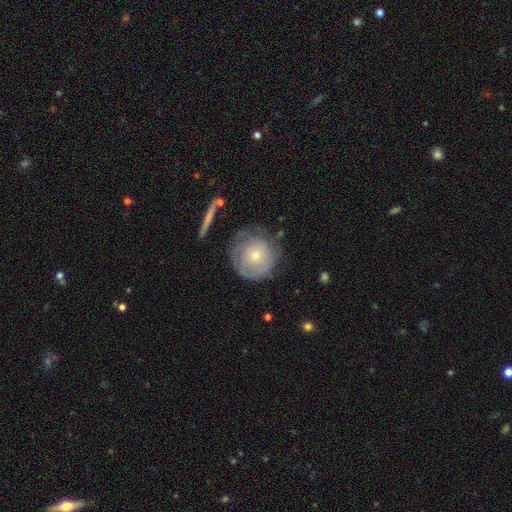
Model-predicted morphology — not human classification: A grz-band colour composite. It shows a featured or disk galaxy (49%). Merging: none (67%).